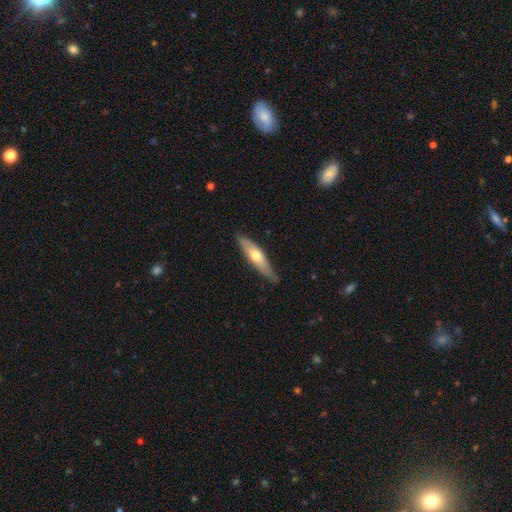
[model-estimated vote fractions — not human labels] Smooth or featured: smooth — 49% (featured or disk — 46%)
Merging: none — 78% (minor disturbance — 18%)